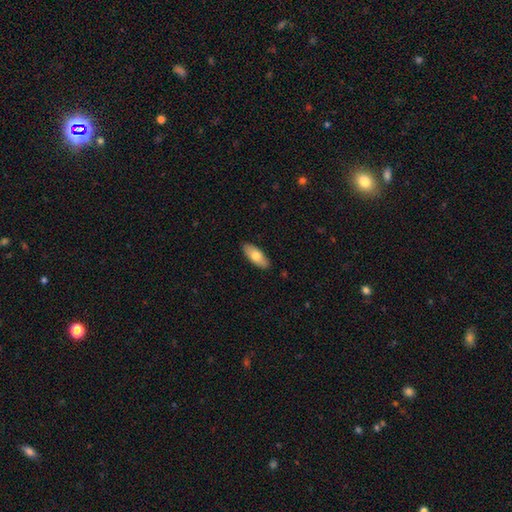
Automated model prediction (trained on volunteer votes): smooth_or_featured: smooth (p=0.72) [alt: featured or disk p=0.23]
how_rounded: in between (p=0.80) [alt: cigar-shaped p=0.18]
merging: none (p=0.89) [alt: minor disturbance p=0.08]